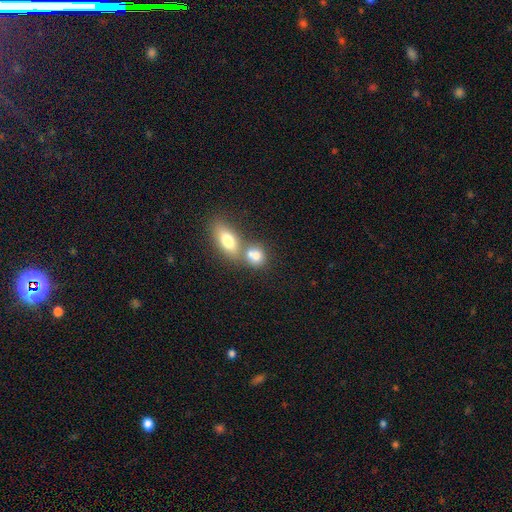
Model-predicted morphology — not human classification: A smooth galaxy with no disk features (78%) that is round (52%). Merging: merger (55%).